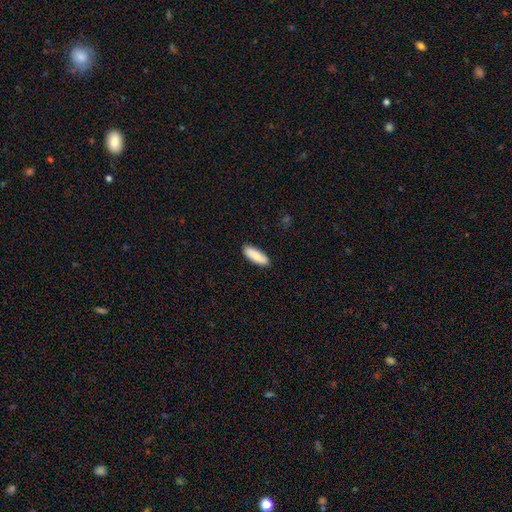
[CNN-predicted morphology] The model was most divided on "how rounded": in between: 66%, cigar-shaped: 32%, round: 2%. More confident: merging — none (89%); smooth or featured — smooth (83%).